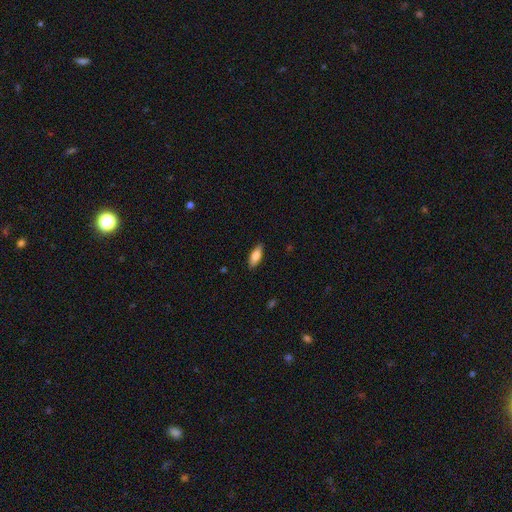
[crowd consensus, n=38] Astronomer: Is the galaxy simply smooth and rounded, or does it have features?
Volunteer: smooth — 92%.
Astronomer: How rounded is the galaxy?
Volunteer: in between — 74%.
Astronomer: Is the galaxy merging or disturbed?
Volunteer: none — 97%.